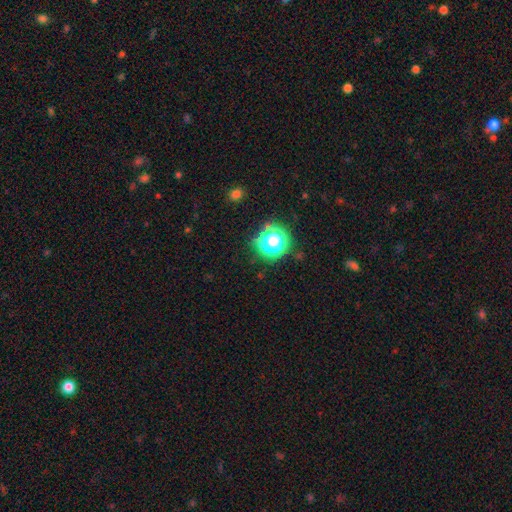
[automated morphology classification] This is likely a star or artifact rather than a galaxy (72%).